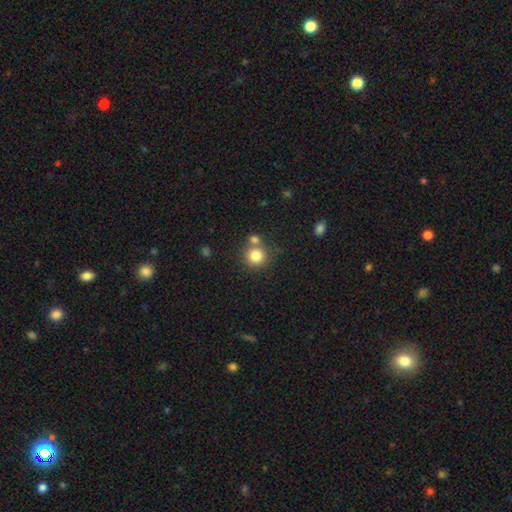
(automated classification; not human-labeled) This is clearly a smooth galaxy (82%). How rounded: clearly round (91%). Merging: likely none (62%).